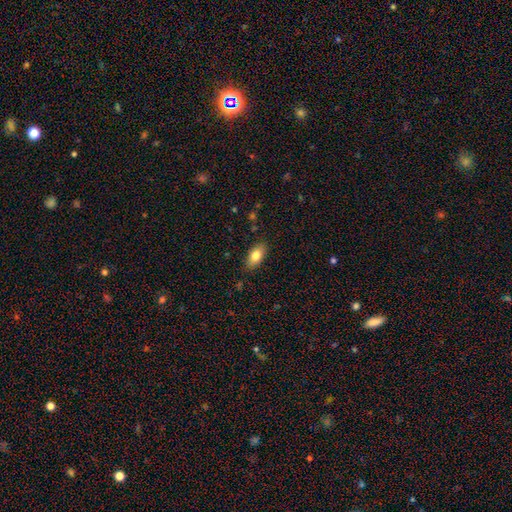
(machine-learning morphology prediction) A smooth galaxy with no disk features (81%) that is in between round and cigar-shaped (90%).

Vote fractions:
- Smooth or featured? smooth: 81% / featured or disk: 12% / star or artifact: 7%
- How rounded? in between: 90% / cigar-shaped: 6% / round: 4%
- Merging? none: 85% / minor disturbance: 11% / major disturbance: 2% / merger: 1%